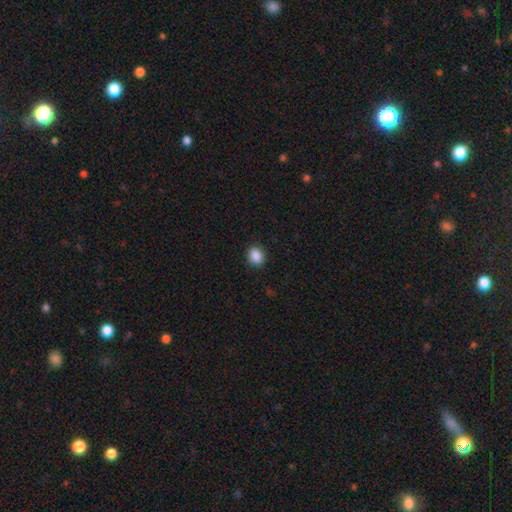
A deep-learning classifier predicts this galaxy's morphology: smooth 88%, star or artifact 9%, featured or disk 3%. Down the decision tree: how rounded — round (59%); merging — none (90%).